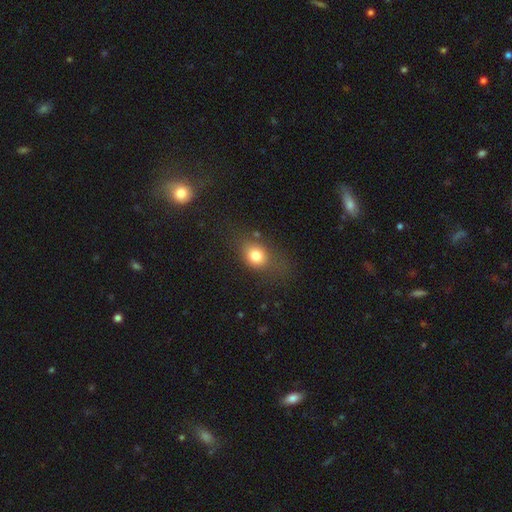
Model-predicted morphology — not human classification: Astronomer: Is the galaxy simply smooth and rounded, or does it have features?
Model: smooth — 77%.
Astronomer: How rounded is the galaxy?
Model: in between — 52% (runner-up: round, 46%).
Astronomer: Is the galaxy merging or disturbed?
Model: none — 60%.